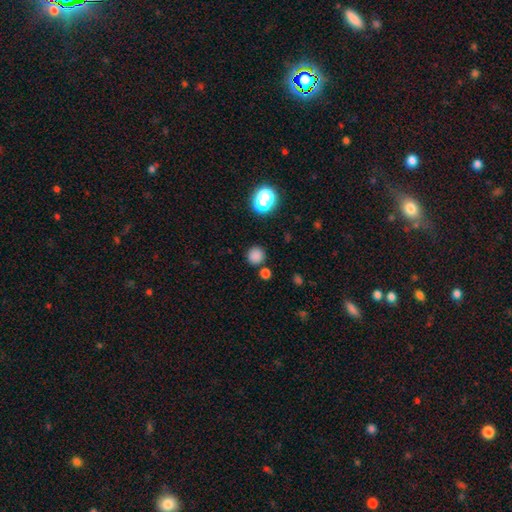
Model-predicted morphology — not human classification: Smooth or featured: smooth — 80% (star or artifact — 16%)
How rounded: round — 92% (in between — 7%)
Merging: none — 83% (minor disturbance — 8%)